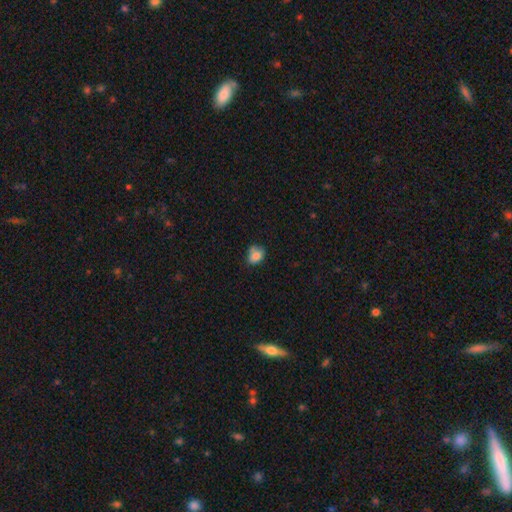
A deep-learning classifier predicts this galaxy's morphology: Q: Smooth or featured?
A: smooth (81%); runner-up: featured or disk (10%)
Q: How rounded?
A: in between (62%); runner-up: round (37%)
Q: Merging?
A: none (54%); runner-up: minor disturbance (32%)